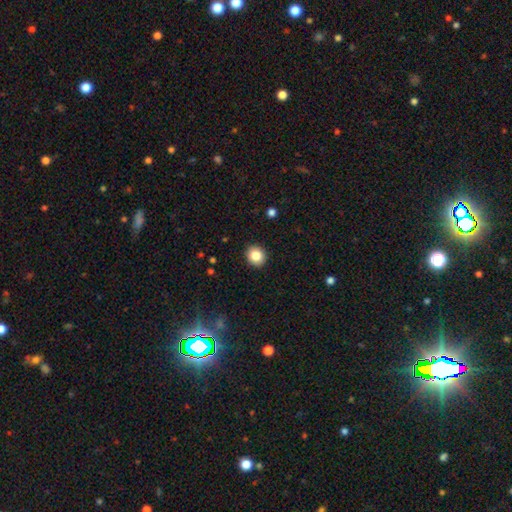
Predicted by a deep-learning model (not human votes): This is clearly a smooth galaxy (85%). How rounded: likely round (78%). Merging: clearly none (92%).